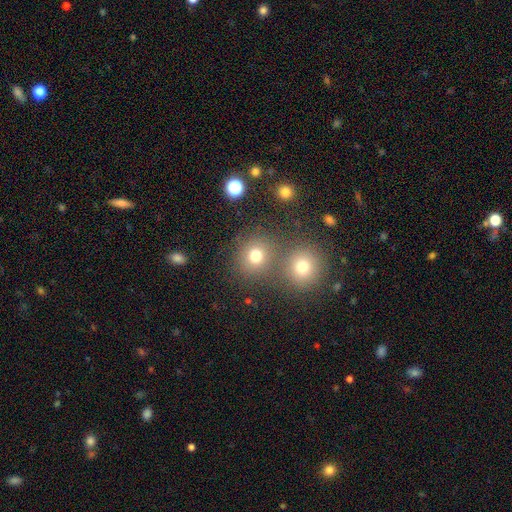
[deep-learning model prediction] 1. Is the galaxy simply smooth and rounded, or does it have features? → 75% smooth, 17% star or artifact, 8% featured or disk.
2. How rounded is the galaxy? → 86% round, 13% in between, 1% cigar-shaped.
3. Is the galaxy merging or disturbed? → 65% none, 25% merger, 7% minor disturbance, 3% major disturbance.